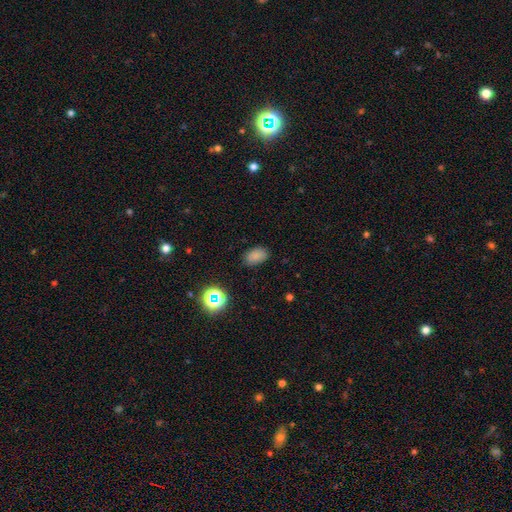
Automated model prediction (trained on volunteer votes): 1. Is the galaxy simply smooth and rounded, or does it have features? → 80% smooth, 15% star or artifact, 5% featured or disk.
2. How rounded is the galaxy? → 87% in between, 11% round, 1% cigar-shaped.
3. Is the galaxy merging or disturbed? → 83% none, 12% minor disturbance, 3% major disturbance, 1% merger.